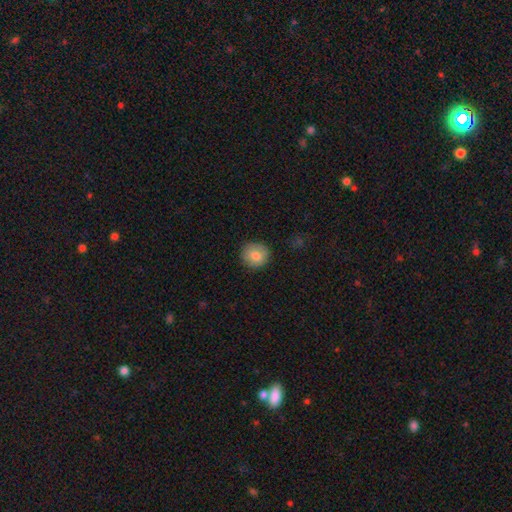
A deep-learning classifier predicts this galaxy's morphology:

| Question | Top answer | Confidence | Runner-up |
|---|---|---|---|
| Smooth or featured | smooth | 80% | featured or disk (12%) |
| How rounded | round | 87% | in between (12%) |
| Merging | none | 85% | minor disturbance (11%) |